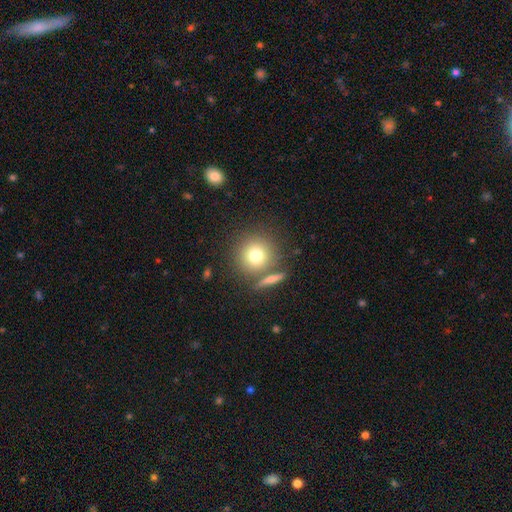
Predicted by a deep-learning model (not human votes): Smooth or featured? smooth (75%)
How rounded? round (91%)
Merging? none (73%)